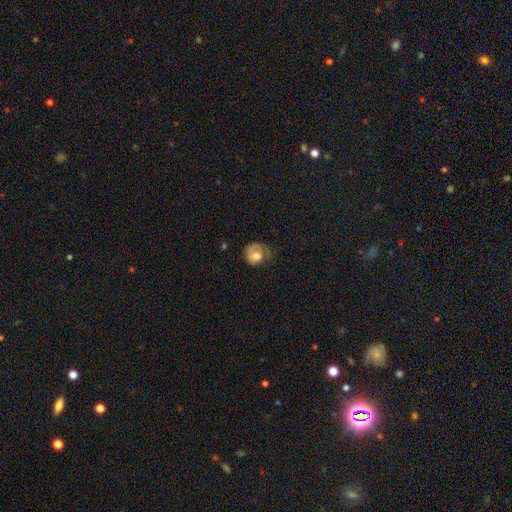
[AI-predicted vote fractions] Morphology: type=smooth (56%); roundness=round (72%); merging=none (40%).